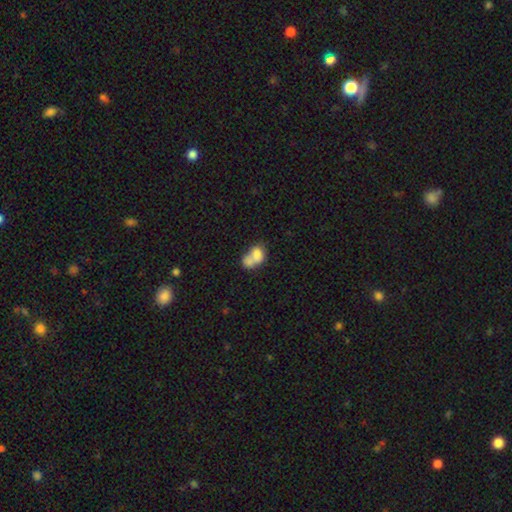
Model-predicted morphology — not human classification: This appears to be a smooth galaxy with no disk features (72%) that is in between round and cigar-shaped (68%). Merging: merger (68%).